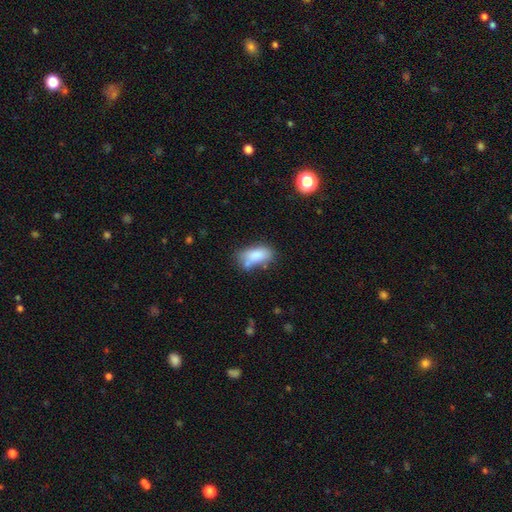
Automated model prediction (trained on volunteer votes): Smooth or featured?
  - smooth: 81% *
  - featured or disk: 11%
  - star or artifact: 8%
How rounded?
  - in between: 89% *
  - cigar-shaped: 7%
  - round: 5%
Merging?
  - none: 51% *
  - minor disturbance: 24%
  - merger: 16%
  - major disturbance: 8%